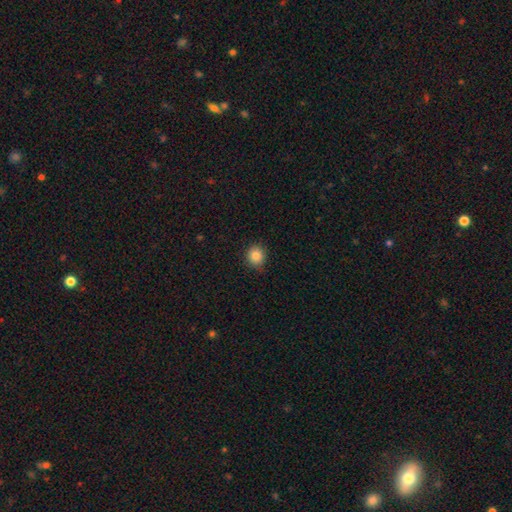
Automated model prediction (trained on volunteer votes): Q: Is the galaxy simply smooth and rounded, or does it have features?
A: smooth — 85%.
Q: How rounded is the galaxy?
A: round — 87%.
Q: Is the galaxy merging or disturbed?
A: none — 87%.